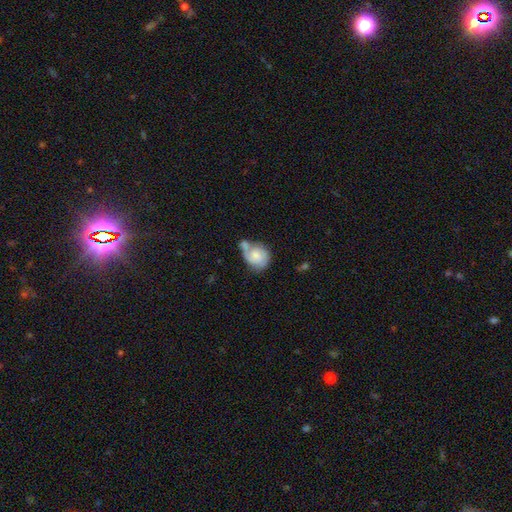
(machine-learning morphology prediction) A featured or disk galaxy (46%, tied with smooth).

Vote fractions:
- Smooth or featured? featured or disk: 46% (tied) / smooth: 46% (tied) / star or artifact: 7%
- Merging? merger: 34% / none: 30% / minor disturbance: 22% / major disturbance: 13%